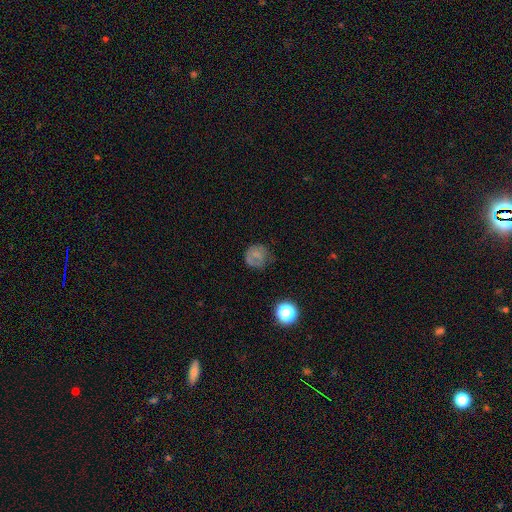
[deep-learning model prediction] A smooth galaxy with no disk features (63%) that is round (84%).

Vote fractions:
- Smooth or featured? smooth: 63% / featured or disk: 22% / star or artifact: 15%
- How rounded? round: 84% / in between: 15% / cigar-shaped: 1%
- Merging? none: 57% / minor disturbance: 25% / major disturbance: 16% / merger: 2%